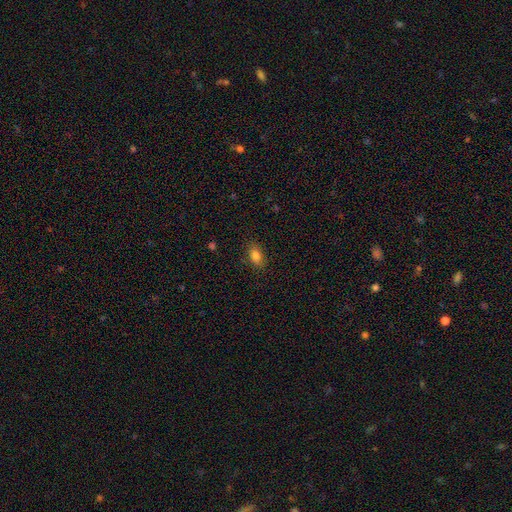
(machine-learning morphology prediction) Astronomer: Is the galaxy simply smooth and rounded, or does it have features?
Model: smooth — 82%.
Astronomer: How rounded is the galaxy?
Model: in between — 84%.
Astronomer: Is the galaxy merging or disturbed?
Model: none — 85%.